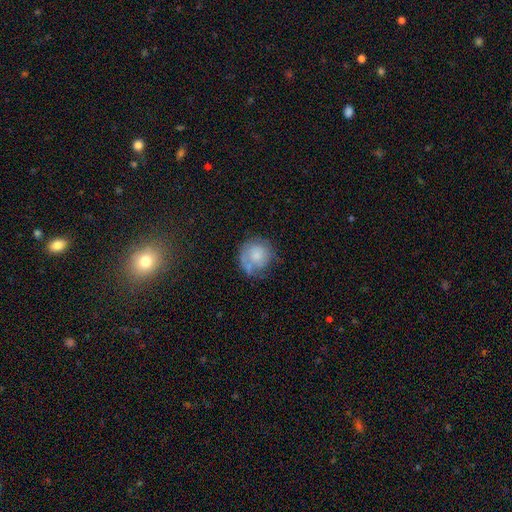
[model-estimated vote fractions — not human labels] A smooth galaxy with no disk features (63%) that is round (87%). Merging: none (54%).